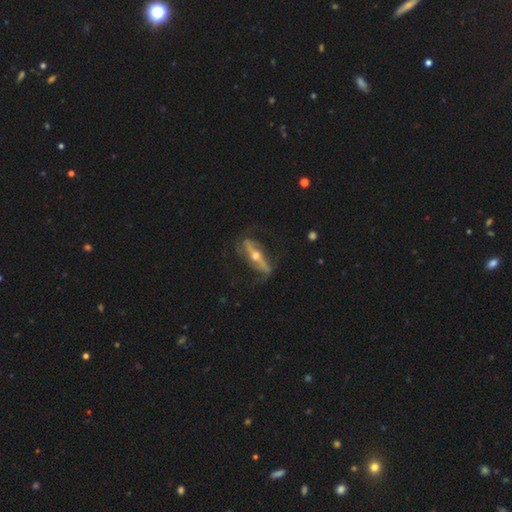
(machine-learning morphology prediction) Smooth or featured? Predicted: featured or disk (p=0.81). Edge-on disk? Predicted: yes (p=0.57). Merging? Predicted: none (p=0.68).